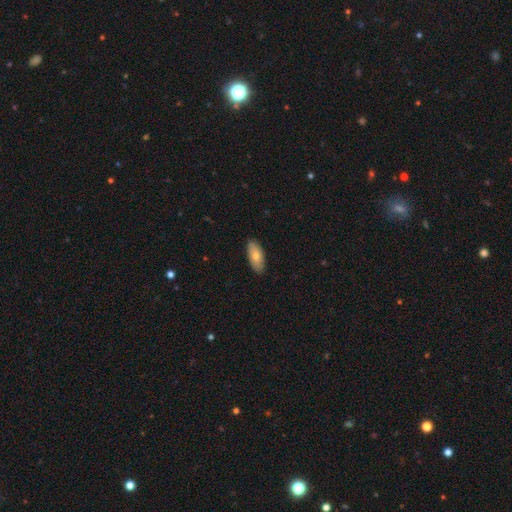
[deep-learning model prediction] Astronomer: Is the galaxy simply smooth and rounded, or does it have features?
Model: smooth — 73%.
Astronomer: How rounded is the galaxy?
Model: in between — 89%.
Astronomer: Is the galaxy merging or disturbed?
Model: none — 86%.